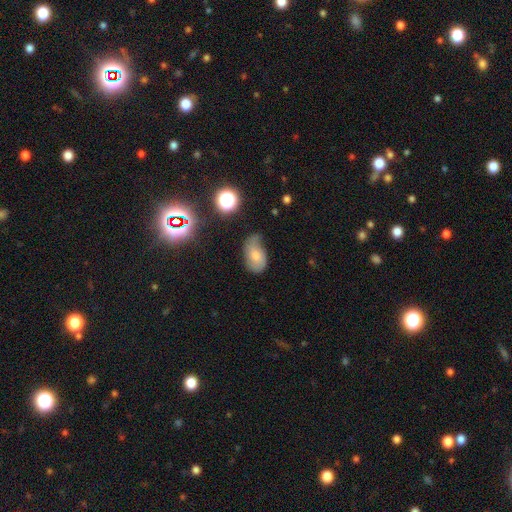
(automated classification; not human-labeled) Overall: smooth (65%). How rounded: in between (90%). Merging: none (42%; minor disturbance 40%).